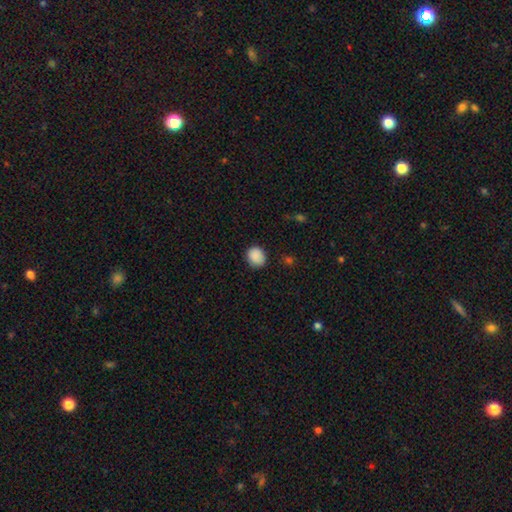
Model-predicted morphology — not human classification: Smooth or featured? Predicted: smooth (p=0.89). How rounded? Predicted: round (p=0.71). Merging? Predicted: none (p=0.84).